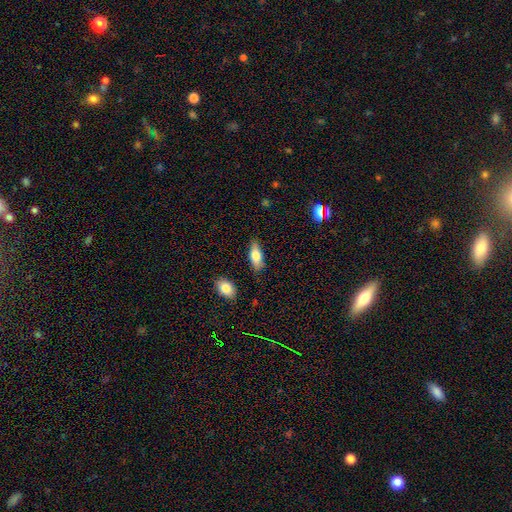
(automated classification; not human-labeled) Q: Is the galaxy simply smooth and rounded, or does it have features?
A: smooth — 75%.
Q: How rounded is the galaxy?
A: in between — 76%.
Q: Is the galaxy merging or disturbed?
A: none — 82%.